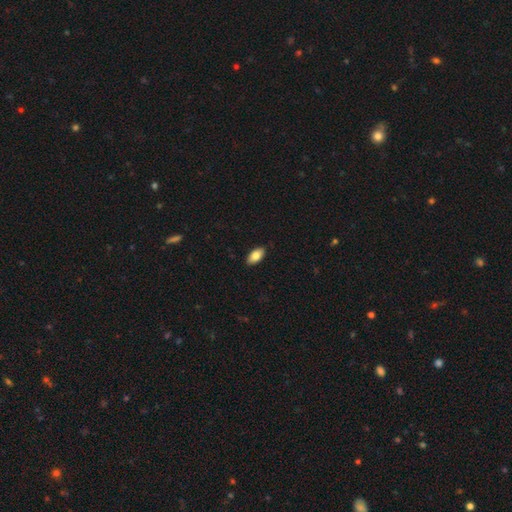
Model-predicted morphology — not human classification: A smooth galaxy with no disk features (84%) that is in between round and cigar-shaped (93%). Merging: none (88%).